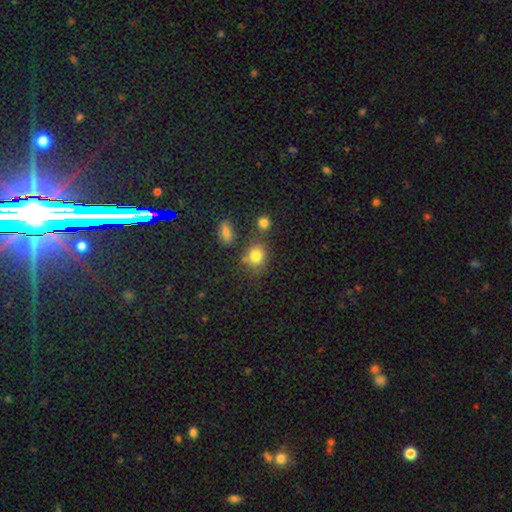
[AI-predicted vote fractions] smooth 79%, star or artifact 13%, featured or disk 8%. Down the decision tree: how rounded — round (66%); merging — none (66%).